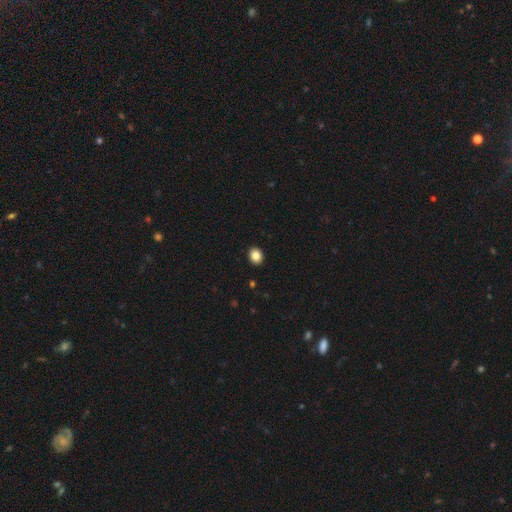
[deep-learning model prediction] Smooth or featured? smooth (86%)
How rounded? round (52%)
Merging? none (92%)